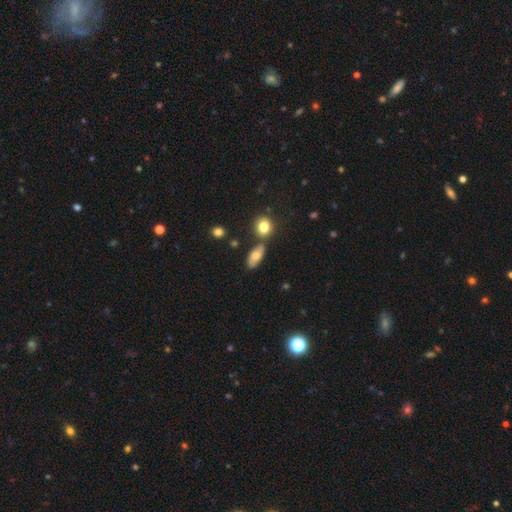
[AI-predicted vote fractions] The model was most divided on "smooth or featured": smooth: 71%, featured or disk: 20%, star or artifact: 9%. More confident: how rounded — in between (81%); merging — none (67%).